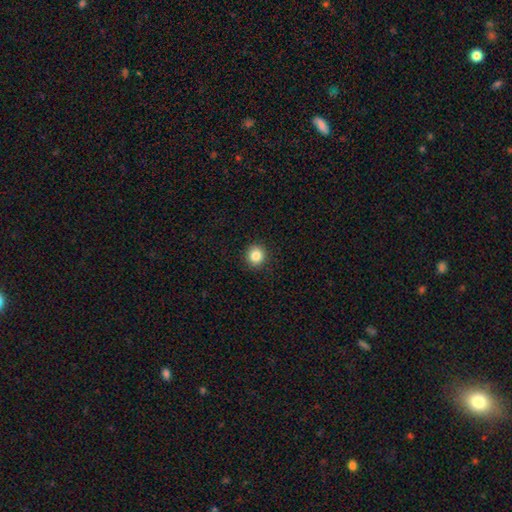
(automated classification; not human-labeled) A smooth galaxy with no disk features (85%) that is round (90%).

Vote fractions:
- Smooth or featured? smooth: 85% / star or artifact: 10% / featured or disk: 5%
- How rounded? round: 90% / in between: 9% / cigar-shaped: 1%
- Merging? none: 92% / minor disturbance: 5% / major disturbance: 2% / merger: 1%